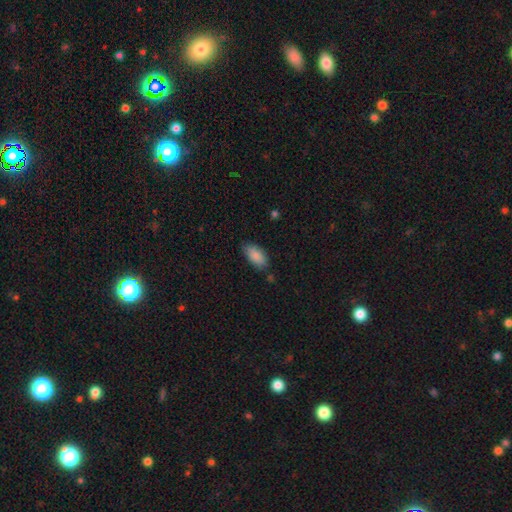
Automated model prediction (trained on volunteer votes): Smooth or featured: smooth — 88% (star or artifact — 7%)
How rounded: in between — 92% (cigar-shaped — 6%)
Merging: none — 79% (minor disturbance — 16%)